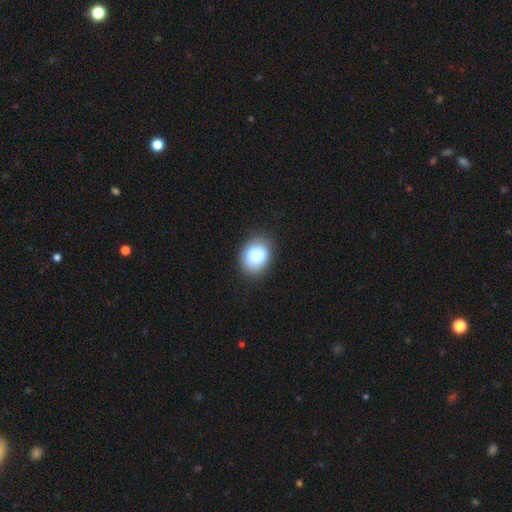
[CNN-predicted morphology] The model was most divided on "how rounded": in between: 63%, round: 36%, cigar-shaped: 1%. More confident: smooth or featured — smooth (84%); merging — none (83%).